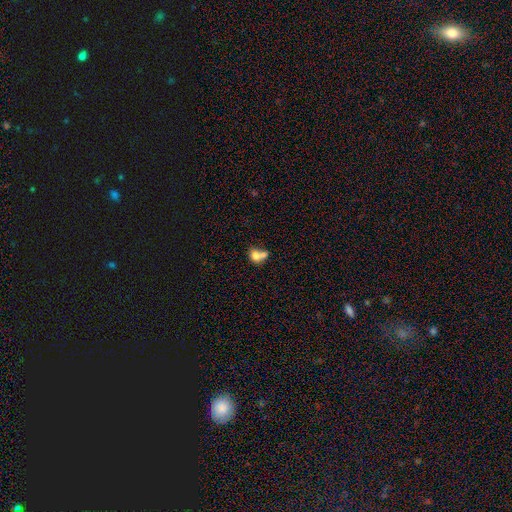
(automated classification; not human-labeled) Smooth or featured?
  - smooth: 71% *
  - featured or disk: 19%
  - star or artifact: 10%
How rounded?
  - round: 53% *
  - in between: 46%
  - cigar-shaped: 1%
Merging?
  - merger: 65% *
  - none: 21%
  - minor disturbance: 8%
  - major disturbance: 6%